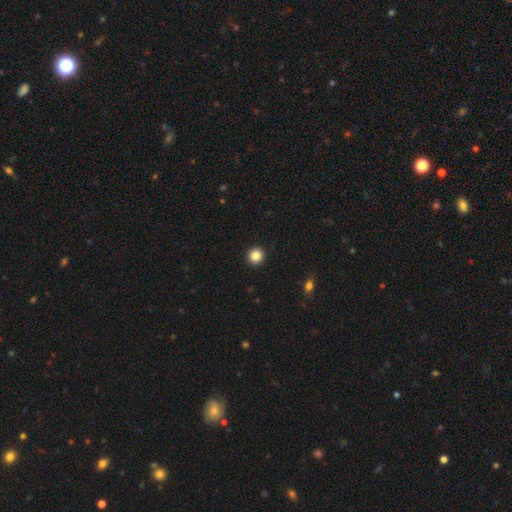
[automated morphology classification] Smooth or featured?
  - smooth: 86% *
  - star or artifact: 10%
  - featured or disk: 3%
How rounded?
  - round: 95% *
  - in between: 4%
  - cigar-shaped: 1%
Merging?
  - none: 93% *
  - minor disturbance: 4%
  - major disturbance: 1%
  - merger: 1%